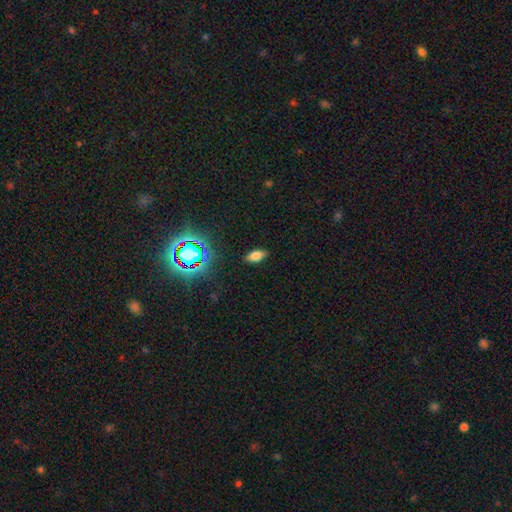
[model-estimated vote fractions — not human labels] Overall: smooth (70%). How rounded: in between (86%). Merging: none (85%).